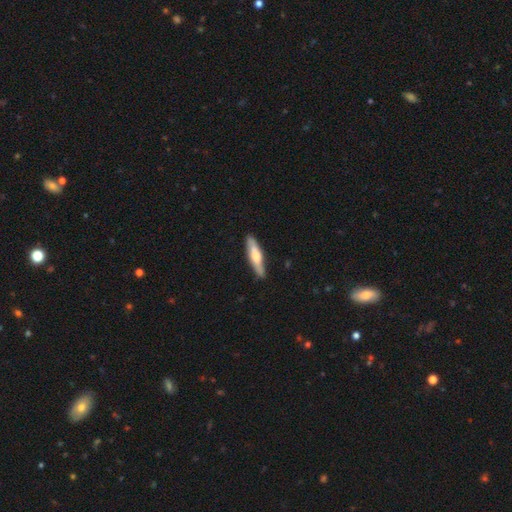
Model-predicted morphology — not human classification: Overall: smooth (52%; featured or disk 43%). How rounded: cigar-shaped (80%). Merging: none (87%).